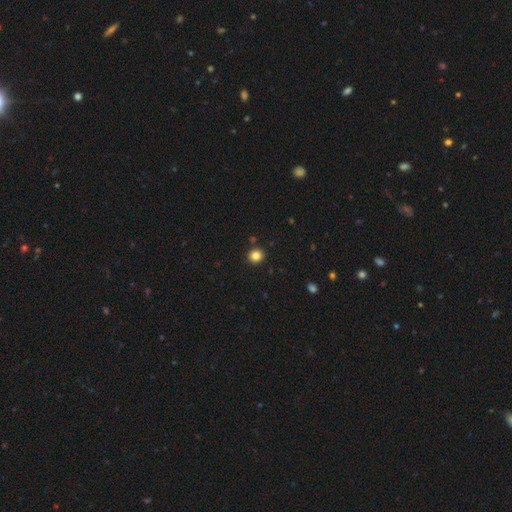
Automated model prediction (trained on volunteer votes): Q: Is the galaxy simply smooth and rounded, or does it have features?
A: smooth — 83%.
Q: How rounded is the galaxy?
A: round — 87%.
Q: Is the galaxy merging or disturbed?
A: none — 90%.